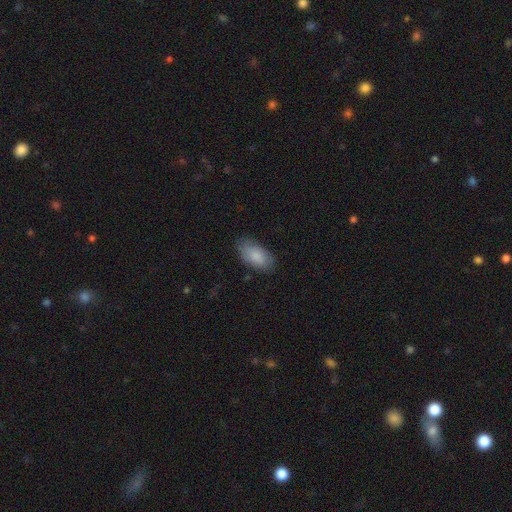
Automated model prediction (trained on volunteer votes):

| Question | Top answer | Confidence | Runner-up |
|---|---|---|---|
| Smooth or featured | smooth | 86% | featured or disk (8%) |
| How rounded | in between | 94% | round (3%) |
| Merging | none | 78% | minor disturbance (17%) |